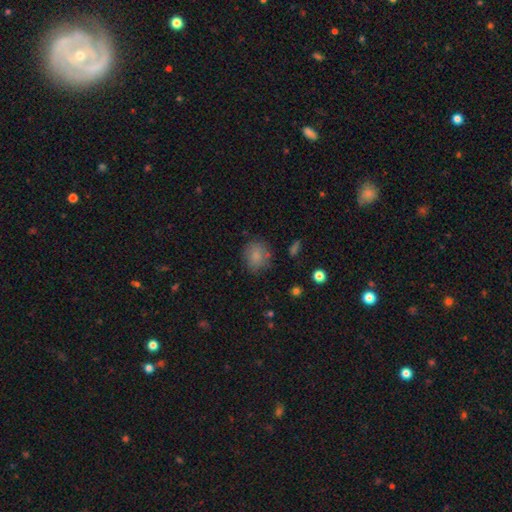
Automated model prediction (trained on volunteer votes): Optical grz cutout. It shows a smooth galaxy with no disk features (83%) that is round (73%). Merging: none (76%).